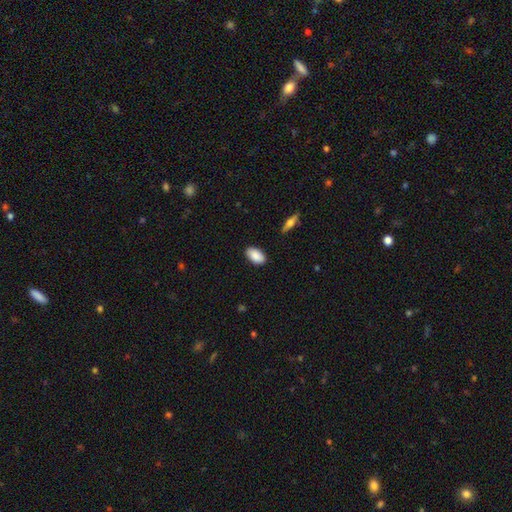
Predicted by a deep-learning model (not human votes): A smooth galaxy with no disk features (88%) that is in between round and cigar-shaped (94%).

Vote fractions:
- Smooth or featured? smooth: 88% / star or artifact: 6% / featured or disk: 5%
- How rounded? in between: 94% / round: 3% / cigar-shaped: 3%
- Merging? none: 87% / minor disturbance: 10% / major disturbance: 2% / merger: 1%